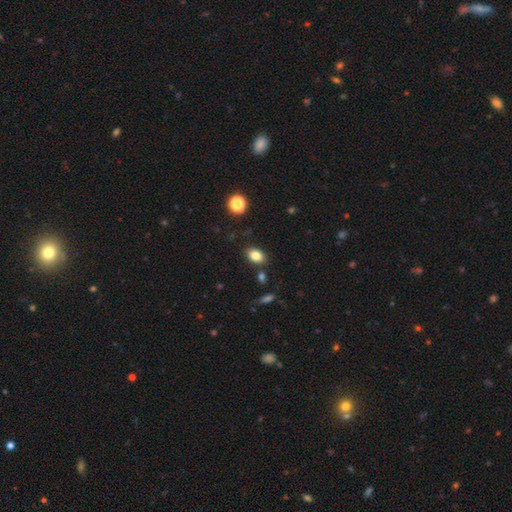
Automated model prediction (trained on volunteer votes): This appears to be a smooth galaxy with no disk features (83%) that is in between round and cigar-shaped (81%). Merging: none (83%).